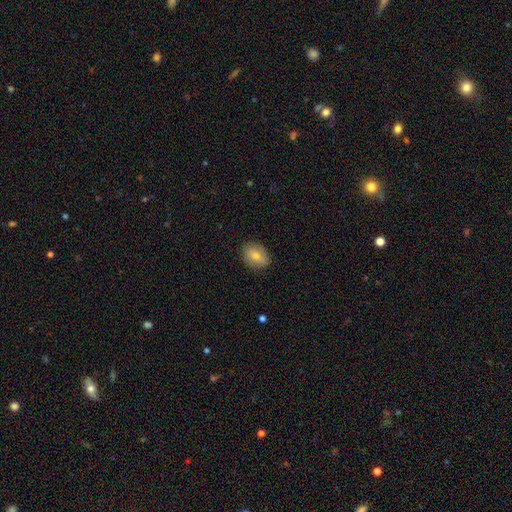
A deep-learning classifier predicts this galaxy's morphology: type=smooth (69%); roundness=in between (68%); merging=none (88%).